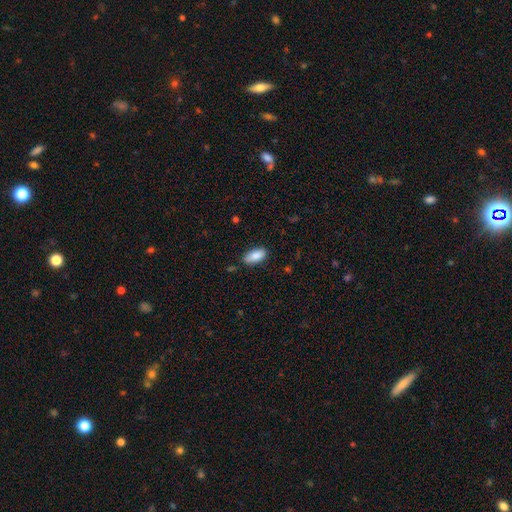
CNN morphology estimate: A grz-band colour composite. It shows a smooth galaxy with no disk features (87%) that is in between round and cigar-shaped (91%). Merging: none (81%).